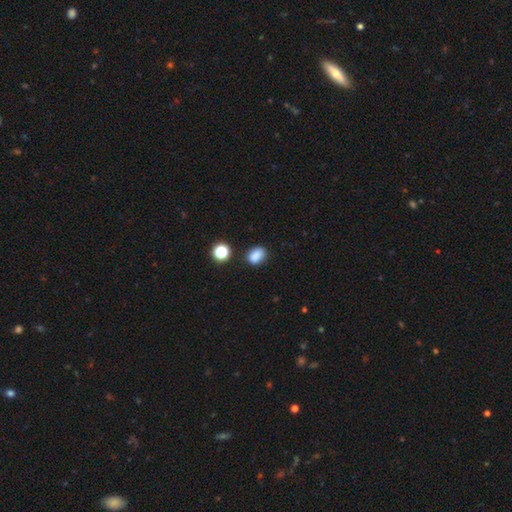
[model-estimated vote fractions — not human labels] A smooth galaxy with no disk features (84%) that is in between round and cigar-shaped (72%).

Vote fractions:
- Smooth or featured? smooth: 84% / star or artifact: 11% / featured or disk: 5%
- How rounded? in between: 72% / round: 27% / cigar-shaped: 1%
- Merging? none: 81% / minor disturbance: 12% / merger: 4% / major disturbance: 3%